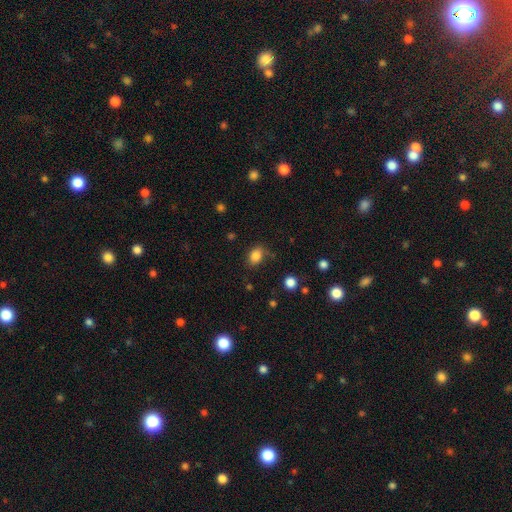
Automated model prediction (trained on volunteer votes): Q: Smooth or featured?
A: smooth (84%); runner-up: star or artifact (10%)
Q: How rounded?
A: in between (74%); runner-up: round (25%)
Q: Merging?
A: none (75%); runner-up: minor disturbance (17%)